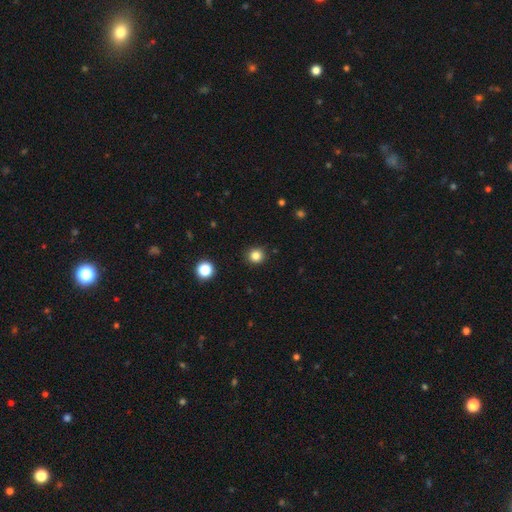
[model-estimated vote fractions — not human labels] Smooth or featured?
  - smooth: 83% *
  - star or artifact: 13%
  - featured or disk: 5%
How rounded?
  - round: 92% *
  - in between: 7%
  - cigar-shaped: 1%
Merging?
  - none: 92% *
  - minor disturbance: 5%
  - major disturbance: 2%
  - merger: 1%